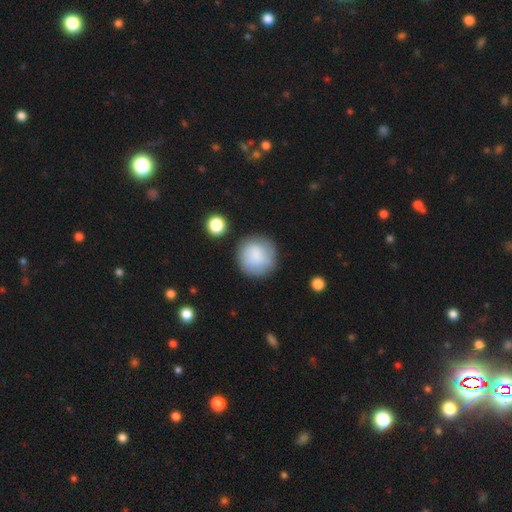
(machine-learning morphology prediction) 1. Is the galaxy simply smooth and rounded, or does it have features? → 80% smooth, 13% featured or disk, 7% star or artifact.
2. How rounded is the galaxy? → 94% round, 5% in between, 1% cigar-shaped.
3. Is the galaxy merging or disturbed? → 78% none, 13% minor disturbance, 5% major disturbance, 4% merger.